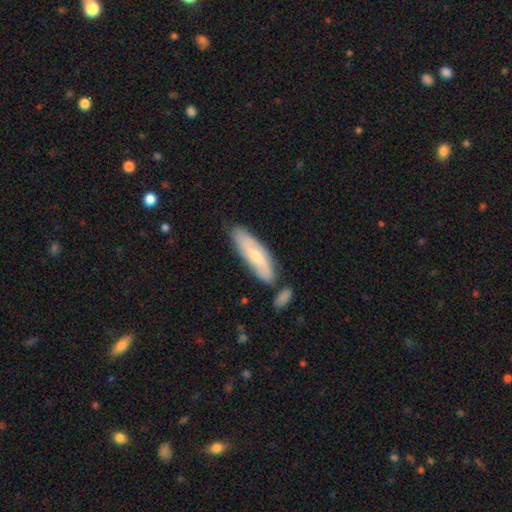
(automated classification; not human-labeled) smooth_or_featured: smooth (p=0.58) [alt: featured or disk p=0.37]
how_rounded: cigar-shaped (p=0.58) [alt: in between p=0.40]
merging: none (p=0.69) [alt: minor disturbance p=0.17]